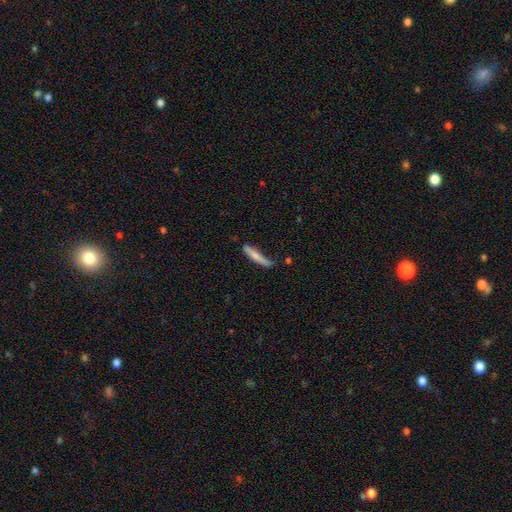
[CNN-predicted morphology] smooth-or-featured: smooth: 71% | featured or disk: 23% | star or artifact: 6%
  how-rounded: cigar-shaped: 90% | in between: 8% | round: 1%
  merging: none: 58% | minor disturbance: 28% | major disturbance: 8% | merger: 5%